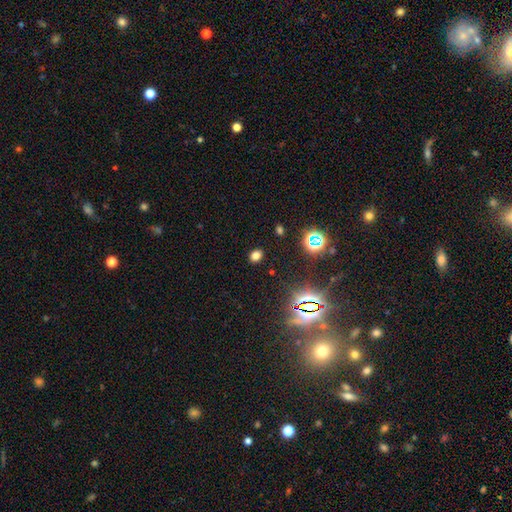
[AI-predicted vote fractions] Morphology: type=smooth (67%); roundness=in between (62%); merging=none (88%).